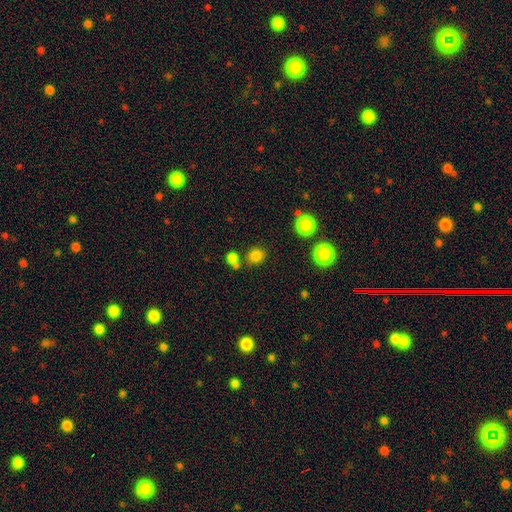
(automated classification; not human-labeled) smooth_or_featured: smooth (p=0.80) [alt: star or artifact p=0.15]
how_rounded: round (p=0.74) [alt: in between p=0.25]
merging: none (p=0.71) [alt: merger p=0.15]